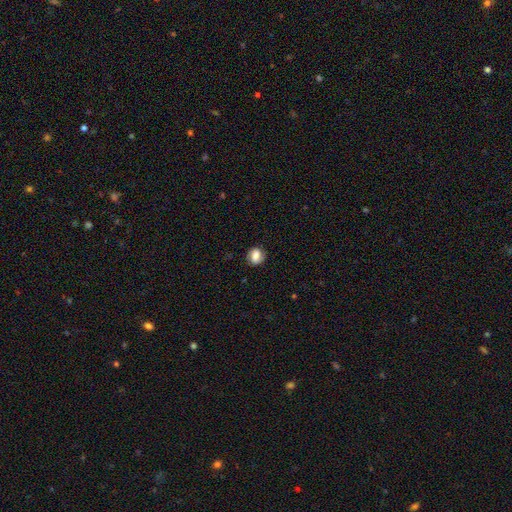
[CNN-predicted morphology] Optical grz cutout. It shows a smooth galaxy with no disk features (67%) that is round (61%). Merging: none (80%).